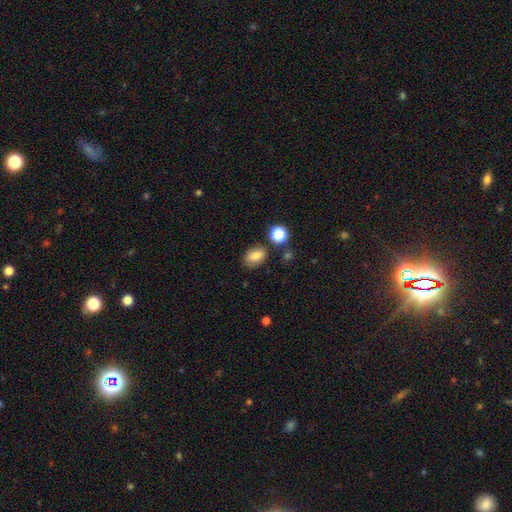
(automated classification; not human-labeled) Smooth or featured: smooth — 79% (featured or disk — 11%)
How rounded: in between — 80% (round — 18%)
Merging: none — 74% (minor disturbance — 17%)